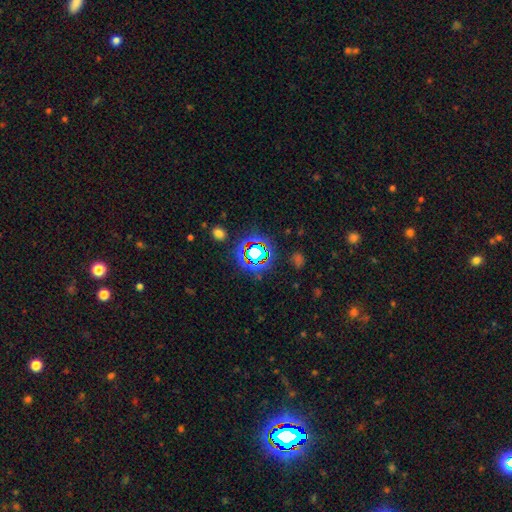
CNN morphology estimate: This appears to be a star or artifact, not a galaxy (65%).